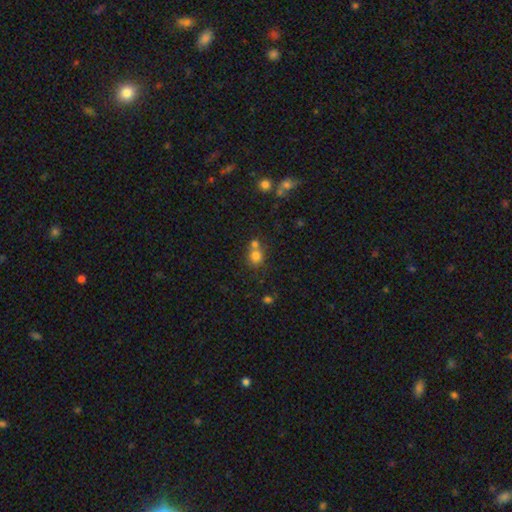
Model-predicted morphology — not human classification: Overall: smooth (76%). How rounded: round (84%). Merging: none (46%; merger 43%).